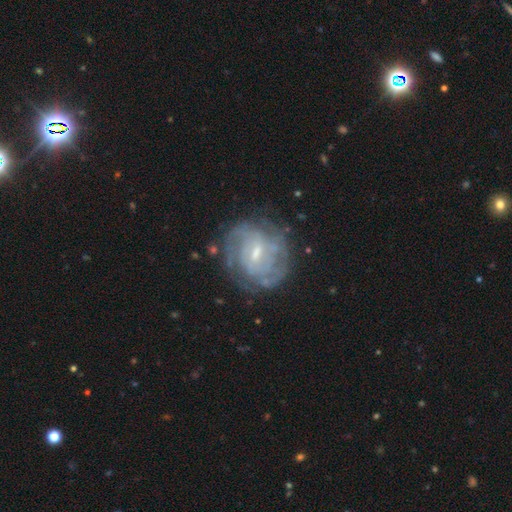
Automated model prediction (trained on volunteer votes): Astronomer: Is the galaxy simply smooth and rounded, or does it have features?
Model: featured or disk — 78%.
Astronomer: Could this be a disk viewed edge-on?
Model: no — 97%.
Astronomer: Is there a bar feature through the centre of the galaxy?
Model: weak — 54%.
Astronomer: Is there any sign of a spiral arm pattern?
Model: yes — 92%.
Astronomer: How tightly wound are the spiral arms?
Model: tight — 65%.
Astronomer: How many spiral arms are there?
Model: can't tell — 39% (runner-up: 2, 23%).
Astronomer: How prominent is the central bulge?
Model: small — 63%.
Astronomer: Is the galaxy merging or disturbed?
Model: none — 78%.